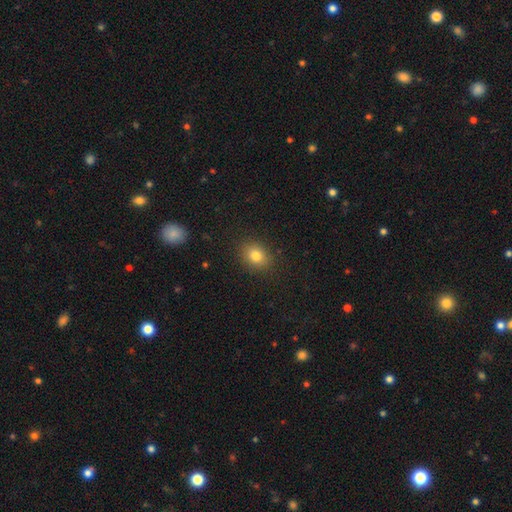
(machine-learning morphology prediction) smooth_or_featured: smooth (p=0.80) [alt: star or artifact p=0.12]
how_rounded: in between (p=0.50) [alt: round p=0.49]
merging: none (p=0.88) [alt: minor disturbance p=0.08]